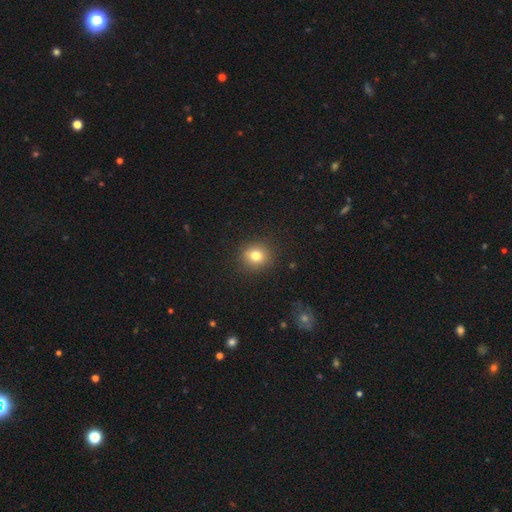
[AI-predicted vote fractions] The model was most divided on "smooth or featured": smooth: 78%, star or artifact: 13%, featured or disk: 9%. More confident: merging — none (89%); how rounded — round (85%).